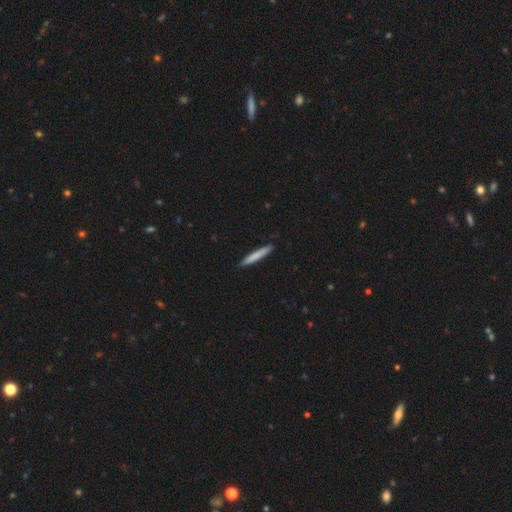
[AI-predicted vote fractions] Smooth or featured?
  - smooth: 76% *
  - featured or disk: 18%
  - star or artifact: 5%
How rounded?
  - cigar-shaped: 95% *
  - in between: 4%
  - round: 1%
Merging?
  - none: 90% *
  - minor disturbance: 7%
  - major disturbance: 1%
  - merger: 1%